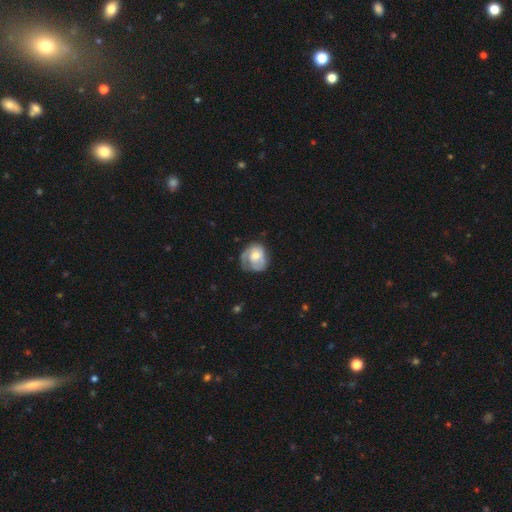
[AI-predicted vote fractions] smooth-or-featured: featured or disk: 50% | smooth: 43% | star or artifact: 7%
  disk-edge-on: no: 97% | yes: 3%
  merging: none: 49% | minor disturbance: 30% | major disturbance: 19% | merger: 2%